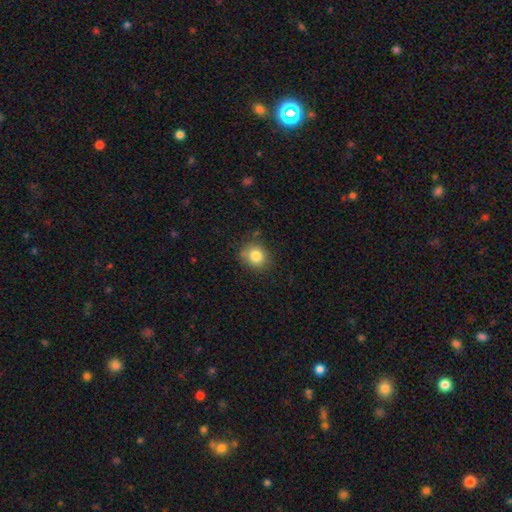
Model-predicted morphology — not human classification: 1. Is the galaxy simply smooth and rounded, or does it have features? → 82% smooth, 11% star or artifact, 7% featured or disk.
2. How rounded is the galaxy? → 79% round, 20% in between, 1% cigar-shaped.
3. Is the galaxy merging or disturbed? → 79% none, 15% minor disturbance, 4% major disturbance, 3% merger.